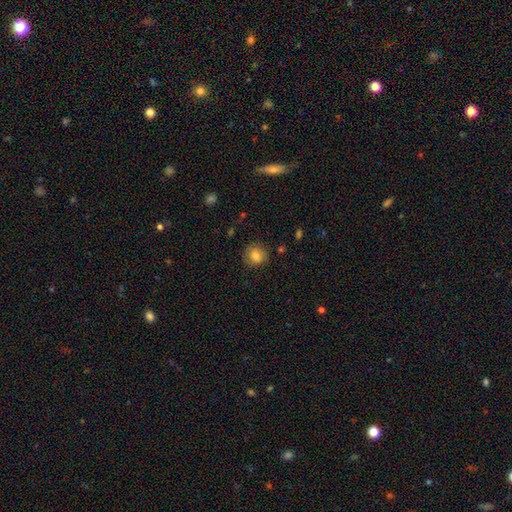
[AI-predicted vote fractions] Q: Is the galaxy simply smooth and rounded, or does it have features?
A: smooth — 79%.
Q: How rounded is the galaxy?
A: round — 81%.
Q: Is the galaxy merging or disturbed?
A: none — 82%.